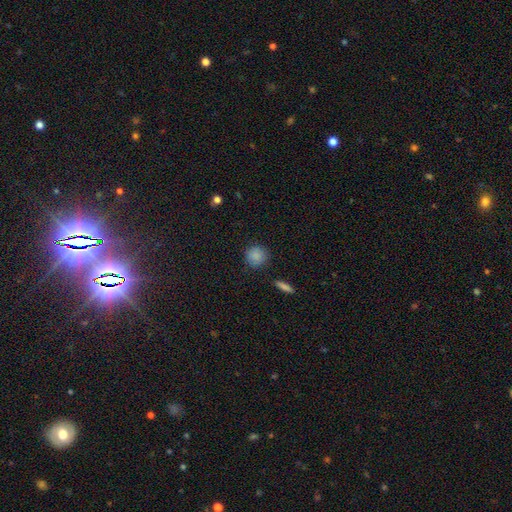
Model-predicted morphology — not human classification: A smooth galaxy with no disk features (86%) that is round (91%).

Vote fractions:
- Smooth or featured? smooth: 86% / star or artifact: 9% / featured or disk: 5%
- How rounded? round: 91% / in between: 8% / cigar-shaped: 1%
- Merging? none: 86% / minor disturbance: 10% / major disturbance: 3% / merger: 2%